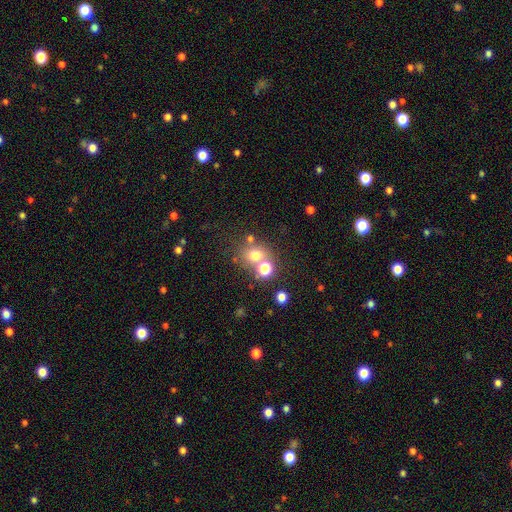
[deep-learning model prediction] Smooth or featured?
  - smooth: 68% *
  - star or artifact: 20%
  - featured or disk: 12%
How rounded?
  - round: 78% *
  - in between: 21%
  - cigar-shaped: 1%
Merging?
  - none: 60% *
  - merger: 25%
  - minor disturbance: 10%
  - major disturbance: 5%